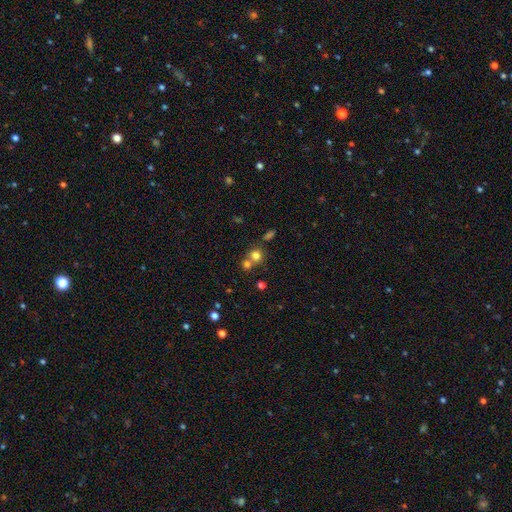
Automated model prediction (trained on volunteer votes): Overall: smooth (75%). How rounded: round (84%). Merging: none (51%; merger 38%).